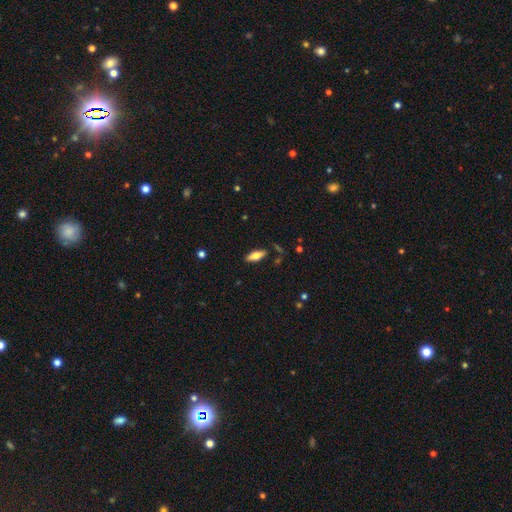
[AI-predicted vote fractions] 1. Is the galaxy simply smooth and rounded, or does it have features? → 69% smooth, 24% featured or disk, 7% star or artifact.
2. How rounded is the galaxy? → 68% in between, 30% cigar-shaped, 2% round.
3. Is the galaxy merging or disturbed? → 83% none, 12% minor disturbance, 3% major disturbance, 3% merger.